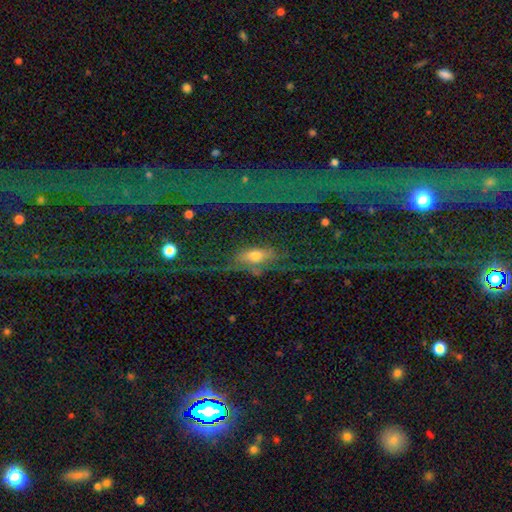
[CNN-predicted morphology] A featured or disk galaxy (46%). Merging: none (41%).